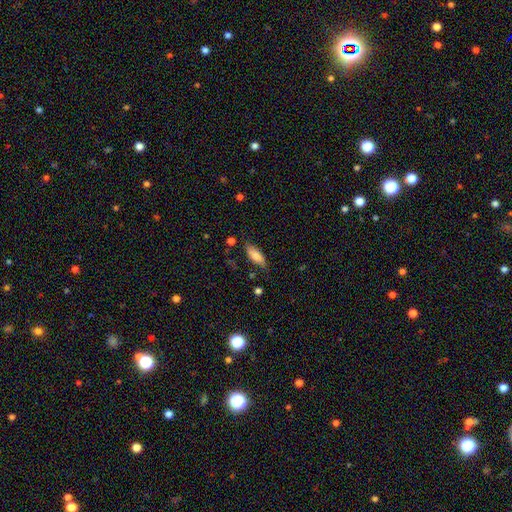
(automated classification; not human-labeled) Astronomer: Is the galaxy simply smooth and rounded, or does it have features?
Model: smooth — 80%.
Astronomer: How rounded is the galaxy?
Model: in between — 69%.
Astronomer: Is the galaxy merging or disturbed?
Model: none — 75%.